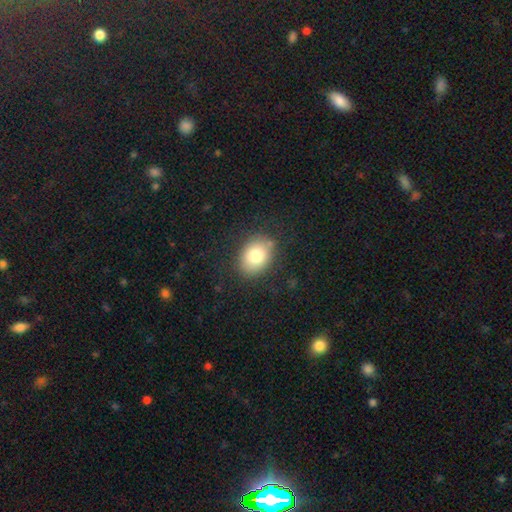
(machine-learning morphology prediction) Smooth or featured?
  - smooth: 80% *
  - featured or disk: 11%
  - star or artifact: 9%
How rounded?
  - in between: 65% *
  - round: 34%
  - cigar-shaped: 1%
Merging?
  - none: 81% *
  - minor disturbance: 13%
  - major disturbance: 4%
  - merger: 2%